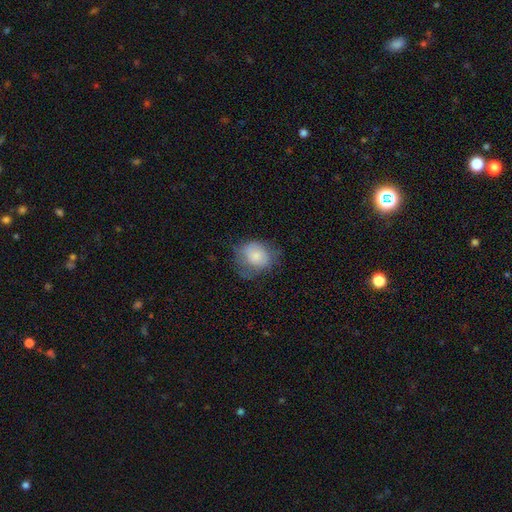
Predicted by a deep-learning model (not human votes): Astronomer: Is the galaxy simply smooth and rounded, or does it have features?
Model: smooth — 72%.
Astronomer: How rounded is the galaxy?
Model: round — 61% (runner-up: in between, 39%).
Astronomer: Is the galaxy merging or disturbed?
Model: none — 48% (runner-up: minor disturbance, 32%).